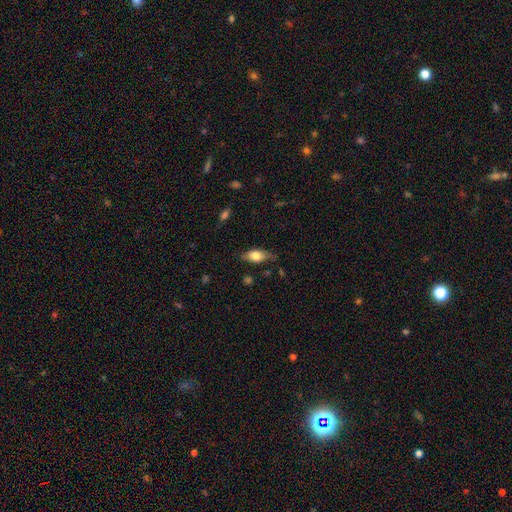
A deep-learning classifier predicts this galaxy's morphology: A smooth galaxy with no disk features (70%) that is in between round and cigar-shaped (82%).

Vote fractions:
- Smooth or featured? smooth: 70% / featured or disk: 23% / star or artifact: 7%
- How rounded? in between: 82% / cigar-shaped: 14% / round: 4%
- Merging? none: 69% / minor disturbance: 24% / major disturbance: 5% / merger: 2%